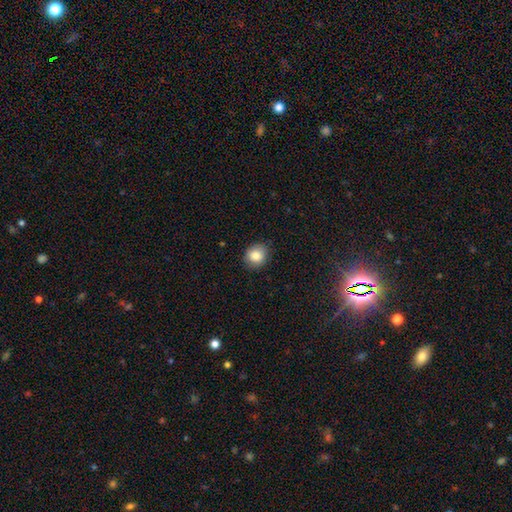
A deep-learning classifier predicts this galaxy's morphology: The model was most divided on "how rounded": round: 72%, in between: 27%, cigar-shaped: 1%. More confident: merging — none (87%); smooth or featured — smooth (84%).